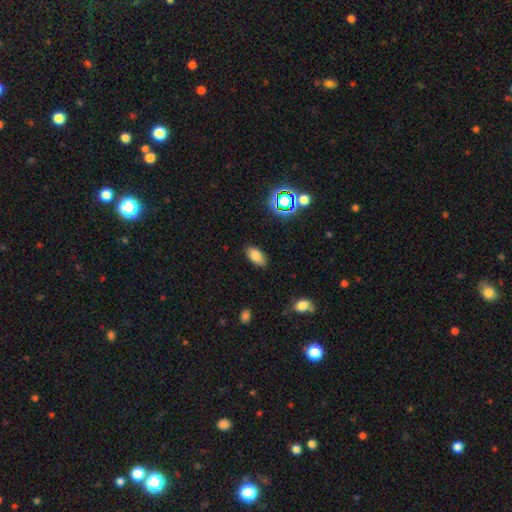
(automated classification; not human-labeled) Smooth or featured? smooth (81%)
How rounded? in between (91%)
Merging? none (85%)